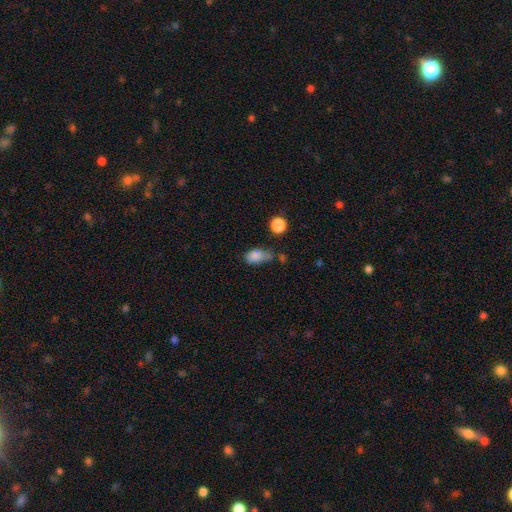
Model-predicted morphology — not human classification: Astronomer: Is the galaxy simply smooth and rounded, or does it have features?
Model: smooth — 81%.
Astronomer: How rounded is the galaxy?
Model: in between — 82%.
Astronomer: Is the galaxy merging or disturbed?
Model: none — 35%, tied with minor disturbance at 35%.